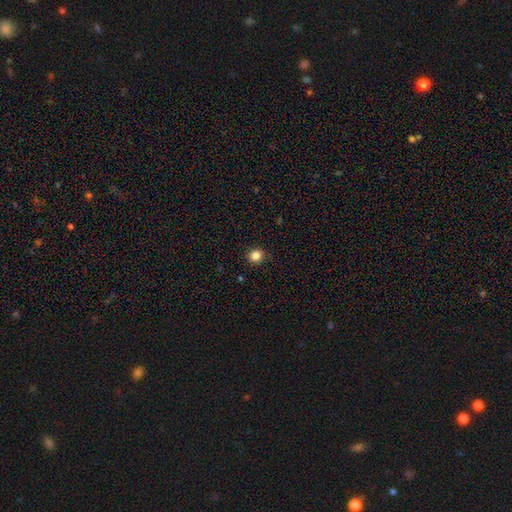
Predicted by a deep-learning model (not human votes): Smooth or featured: smooth — 84% (star or artifact — 12%)
How rounded: round — 88% (in between — 11%)
Merging: none — 91% (minor disturbance — 6%)